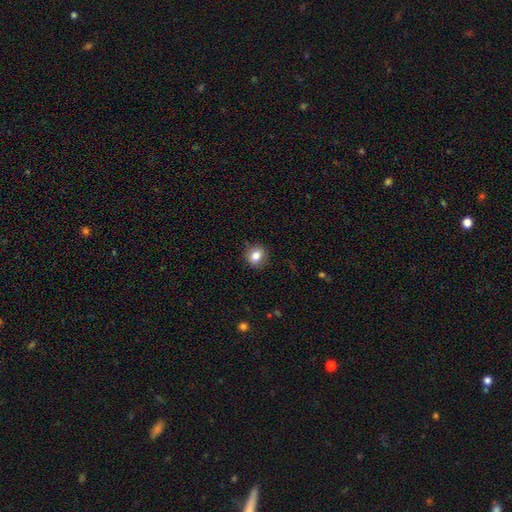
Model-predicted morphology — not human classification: This is clearly a smooth galaxy (81%). How rounded: likely round (78%). Merging: clearly none (88%).